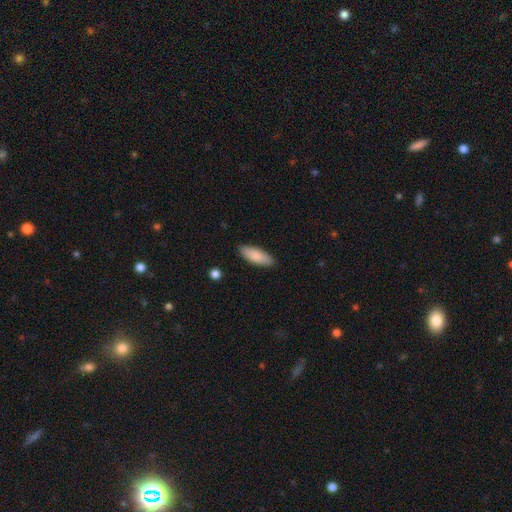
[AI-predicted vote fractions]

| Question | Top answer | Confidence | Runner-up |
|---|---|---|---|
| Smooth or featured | smooth | 85% | featured or disk (9%) |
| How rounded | in between | 68% | cigar-shaped (31%) |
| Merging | none | 87% | minor disturbance (10%) |